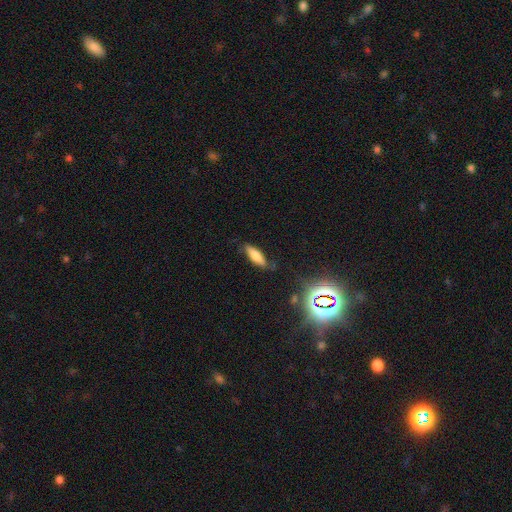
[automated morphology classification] This appears to be a smooth galaxy with no disk features (73%) that is cigar-shaped (54%). Merging: none (73%).